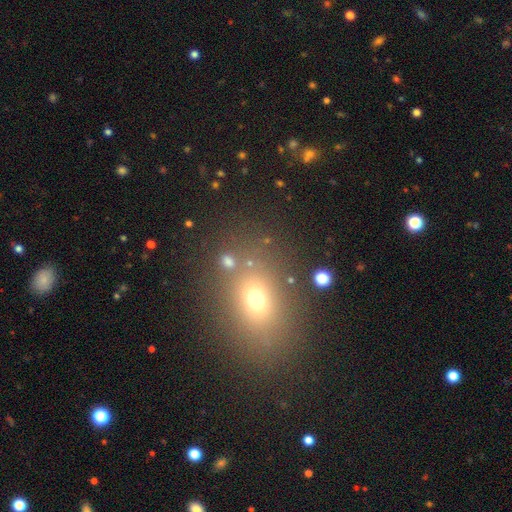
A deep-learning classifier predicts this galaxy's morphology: type=smooth (61%); roundness=in between (64%); merging=none (78%).